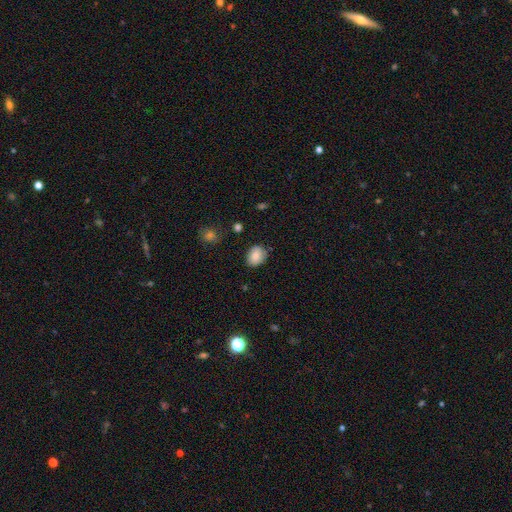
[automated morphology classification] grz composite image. It shows a smooth galaxy with no disk features (81%) that is in between round and cigar-shaped (55%). Merging: none (79%).